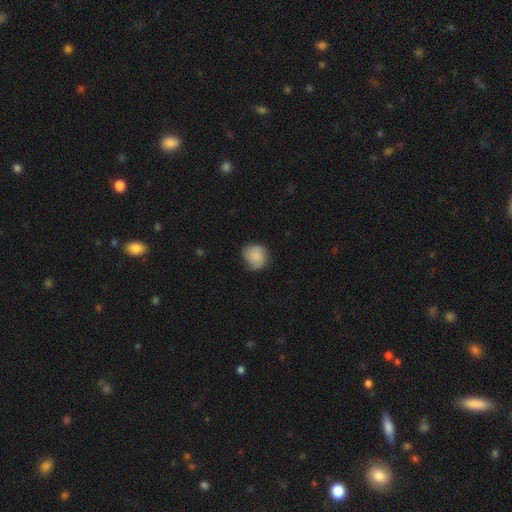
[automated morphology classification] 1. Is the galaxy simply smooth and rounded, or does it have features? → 76% smooth, 17% featured or disk, 8% star or artifact.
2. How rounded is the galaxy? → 80% round, 19% in between, 1% cigar-shaped.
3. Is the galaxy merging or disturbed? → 65% none, 27% minor disturbance, 7% major disturbance, 1% merger.